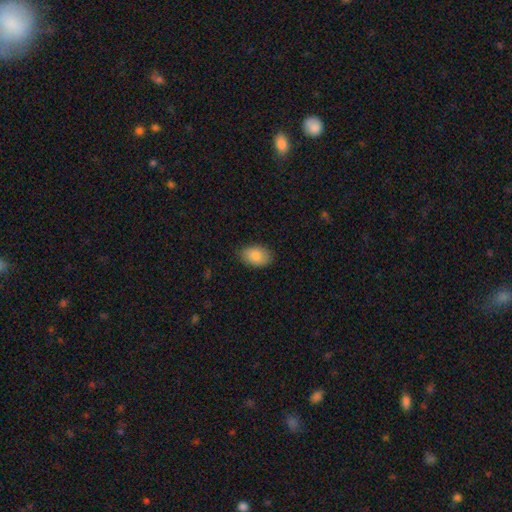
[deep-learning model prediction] smooth_or_featured: smooth (p=0.86) [alt: featured or disk p=0.07]
how_rounded: in between (p=0.89) [alt: round p=0.10]
merging: none (p=0.84) [alt: minor disturbance p=0.13]